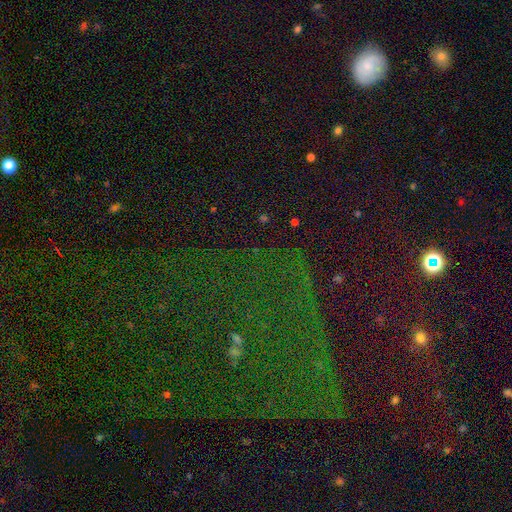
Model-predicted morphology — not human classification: Q: Smooth or featured?
A: star or artifact (74%); runner-up: smooth (14%)